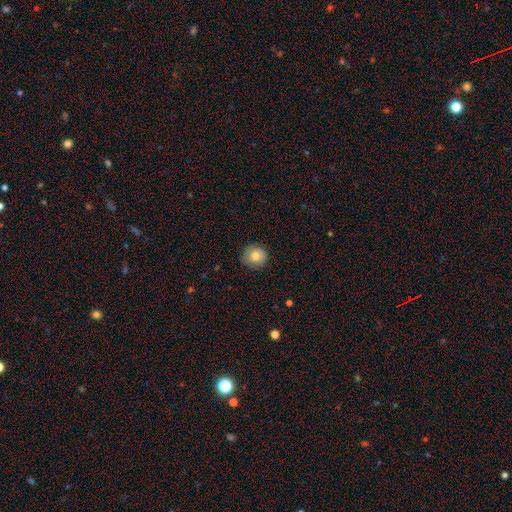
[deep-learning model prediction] Overall: smooth (79%). How rounded: round (86%). Merging: none (81%).